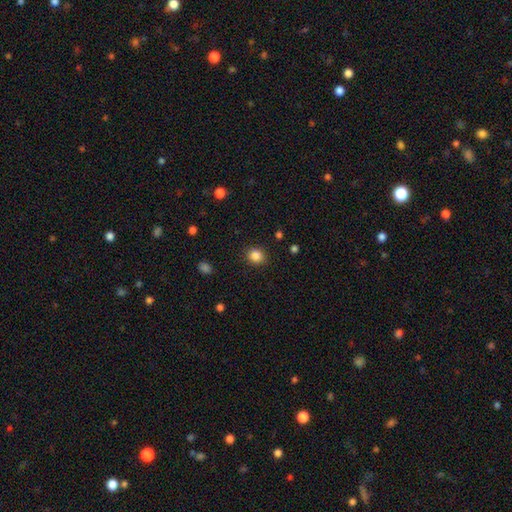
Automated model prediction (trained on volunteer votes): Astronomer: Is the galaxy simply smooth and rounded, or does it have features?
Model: smooth — 85%.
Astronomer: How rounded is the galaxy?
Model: round — 67%.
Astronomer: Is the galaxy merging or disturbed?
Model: none — 87%.